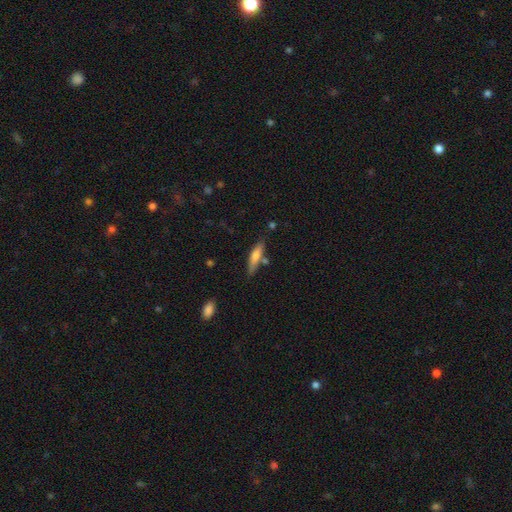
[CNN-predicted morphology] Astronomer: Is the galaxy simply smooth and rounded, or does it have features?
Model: smooth — 65%.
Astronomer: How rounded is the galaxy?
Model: cigar-shaped — 74%.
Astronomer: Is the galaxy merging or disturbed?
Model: none — 69%.